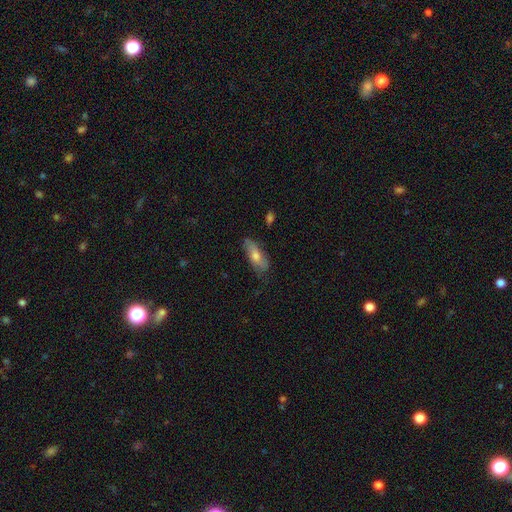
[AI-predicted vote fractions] Morphology: type=smooth (60%); roundness=in between (60%); merging=none (70%).